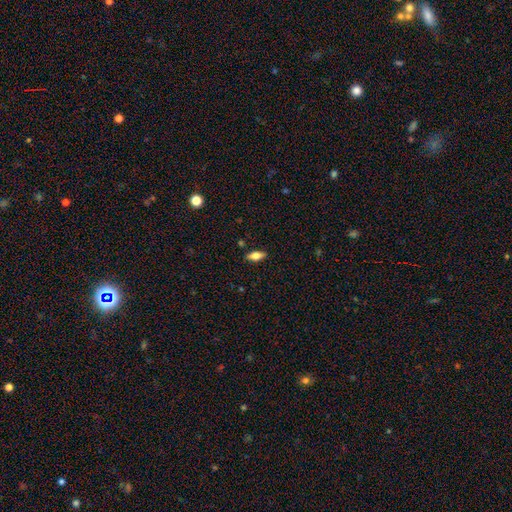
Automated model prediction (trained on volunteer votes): The model was most divided on "smooth or featured": smooth: 66%, featured or disk: 26%, star or artifact: 8%. More confident: merging — none (87%); how rounded — in between (76%).